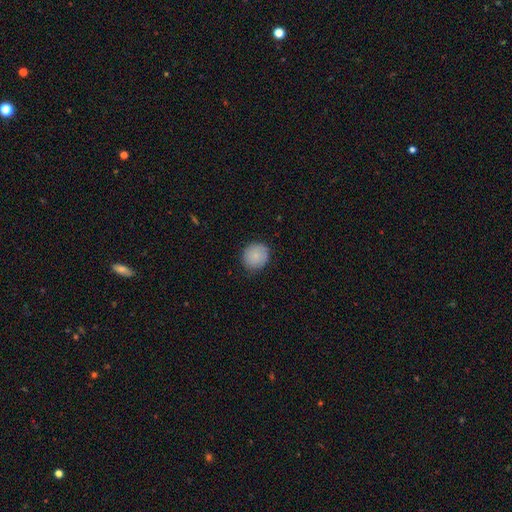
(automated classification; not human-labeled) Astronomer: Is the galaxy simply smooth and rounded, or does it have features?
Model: smooth — 83%.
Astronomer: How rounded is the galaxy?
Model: round — 84%.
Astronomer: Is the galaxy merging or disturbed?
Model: none — 83%.